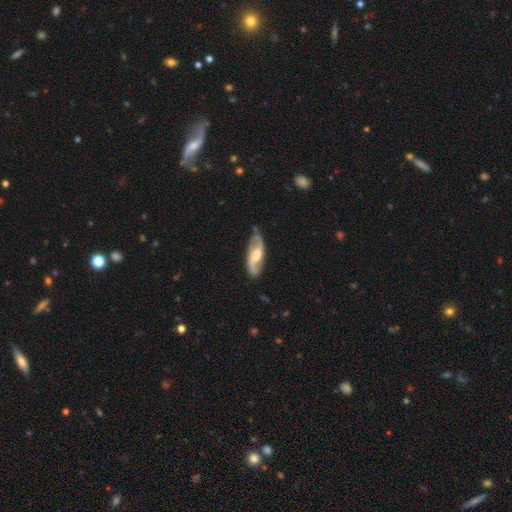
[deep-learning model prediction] Smooth or featured?
  - featured or disk: 79% *
  - smooth: 17%
  - star or artifact: 5%
Edge-on disk?
  - no: 92% *
  - yes: 8%
Bar?
  - weak: 46% *
  - no: 31%
  - strong: 22%
Spiral arms?
  - yes: 94% *
  - no: 6%
Spiral winding?
  - loose: 49% *
  - medium: 39%
  - tight: 12%
Spiral arm count?
  - 2: 91% *
  - can't tell: 4%
  - 1: 2%
  - 3: 1%
  - 4: 1%
  - more than 4: 1%
Bulge size?
  - moderate: 47% *
  - large: 21%
  - small: 20%
  - none: 11%
  - dominant: 2%
Merging?
  - none: 78% *
  - minor disturbance: 16%
  - major disturbance: 4%
  - merger: 2%